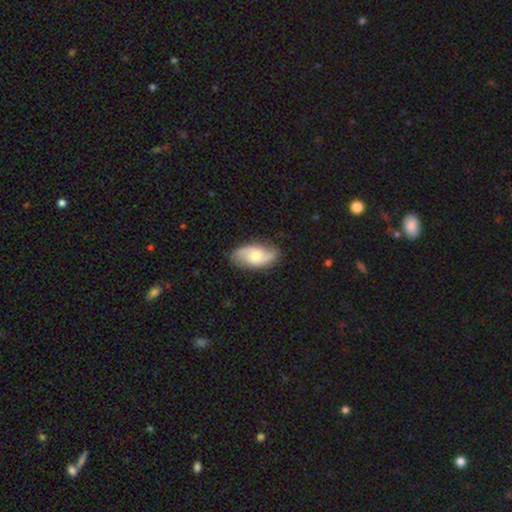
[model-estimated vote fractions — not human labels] The model was most divided on "smooth or featured": featured or disk: 48%, smooth: 46%, star or artifact: 6%. More confident: merging — none (80%).